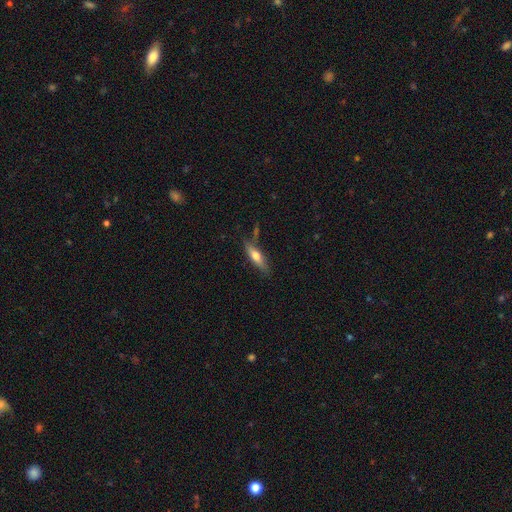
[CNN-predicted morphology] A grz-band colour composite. It shows a smooth galaxy with no disk features (51%) that is cigar-shaped (68%). Merging: none (72%).